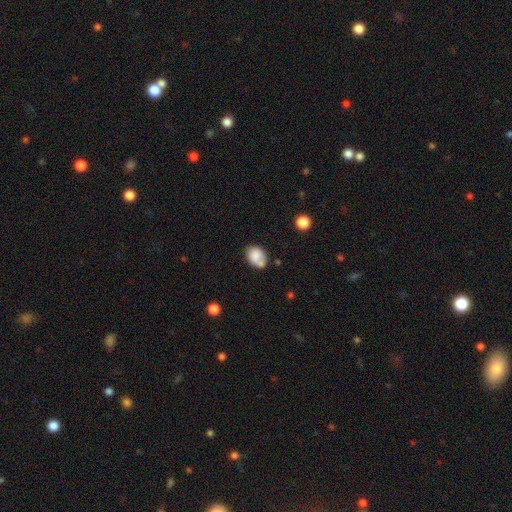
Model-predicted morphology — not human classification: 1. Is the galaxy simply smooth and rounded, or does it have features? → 79% smooth, 12% featured or disk, 9% star or artifact.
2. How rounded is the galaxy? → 63% in between, 36% round, 1% cigar-shaped.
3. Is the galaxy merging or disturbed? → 51% none, 22% minor disturbance, 20% merger, 7% major disturbance.